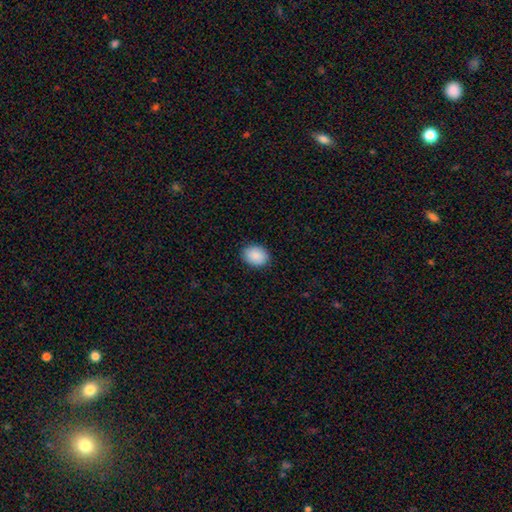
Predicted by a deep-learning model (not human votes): Smooth or featured?
  - smooth: 90% *
  - star or artifact: 7%
  - featured or disk: 3%
How rounded?
  - in between: 61% *
  - round: 38%
  - cigar-shaped: 1%
Merging?
  - none: 89% *
  - minor disturbance: 8%
  - major disturbance: 2%
  - merger: 1%